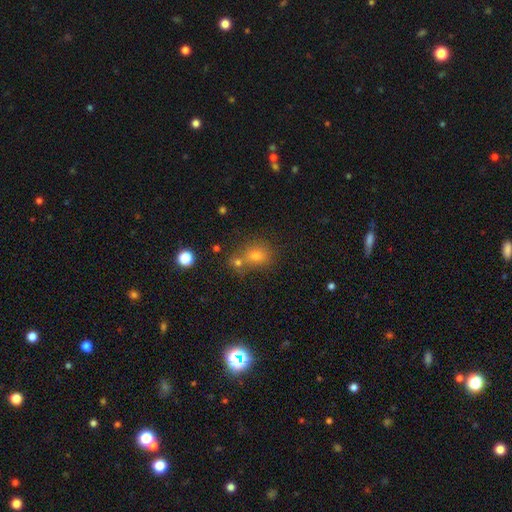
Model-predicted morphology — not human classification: Smooth or featured?
  - smooth: 67% *
  - star or artifact: 22%
  - featured or disk: 11%
How rounded?
  - round: 70% *
  - in between: 29%
  - cigar-shaped: 1%
Merging?
  - none: 60% *
  - merger: 26%
  - minor disturbance: 10%
  - major disturbance: 4%